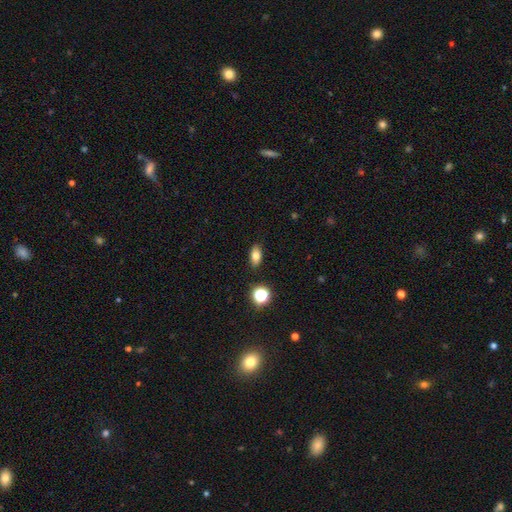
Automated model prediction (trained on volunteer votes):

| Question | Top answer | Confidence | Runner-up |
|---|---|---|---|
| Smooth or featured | smooth | 78% | star or artifact (12%) |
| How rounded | in between | 86% | round (9%) |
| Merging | none | 88% | minor disturbance (8%) |